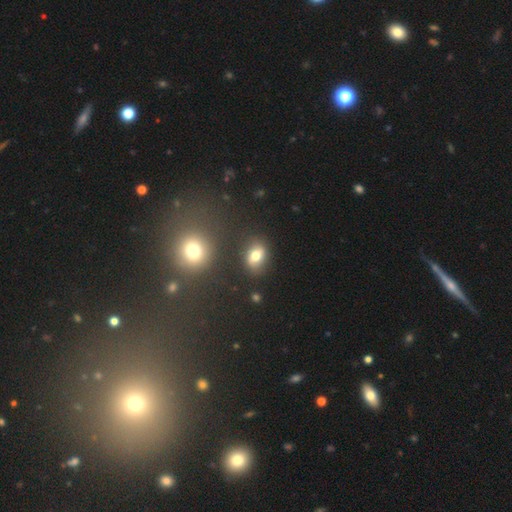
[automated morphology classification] smooth_or_featured: smooth (p=0.69) [alt: featured or disk p=0.20]
how_rounded: in between (p=0.70) [alt: round p=0.28]
merging: none (p=0.80) [alt: minor disturbance p=0.12]